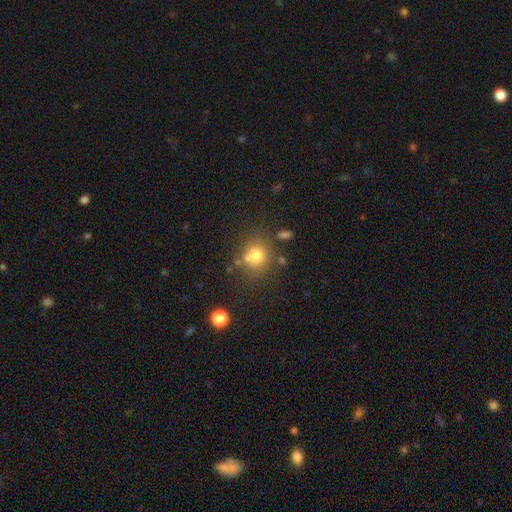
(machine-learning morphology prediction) This is likely a smooth galaxy (74%). How rounded: clearly round (81%). Merging: likely none (67%).